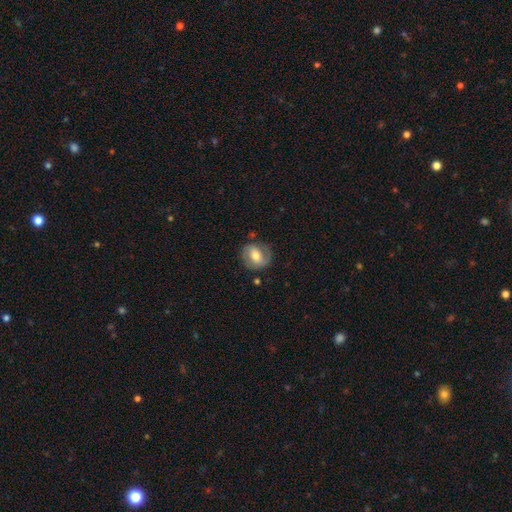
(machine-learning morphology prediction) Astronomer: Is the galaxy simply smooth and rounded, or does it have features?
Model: featured or disk — 53% (runner-up: smooth, 41%).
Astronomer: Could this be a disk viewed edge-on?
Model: no — 96%.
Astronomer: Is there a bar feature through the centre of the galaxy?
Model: weak — 40% (runner-up: strong, 32%).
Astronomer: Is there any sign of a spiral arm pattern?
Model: yes — 70%.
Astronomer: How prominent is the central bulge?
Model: moderate — 67%.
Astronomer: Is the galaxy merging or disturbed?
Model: none — 73%.